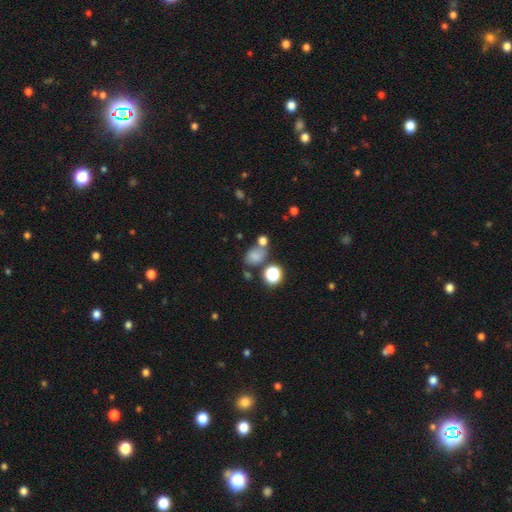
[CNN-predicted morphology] smooth_or_featured: smooth (p=0.72) [alt: star or artifact p=0.17]
how_rounded: in between (p=0.61) [alt: round p=0.38]
merging: none (p=0.53) [alt: merger p=0.22]